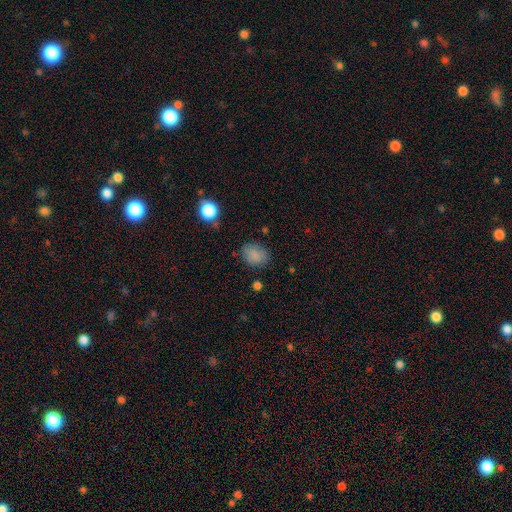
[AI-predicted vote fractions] The model was most divided on "how rounded": in between: 59%, round: 40%, cigar-shaped: 1%. More confident: smooth or featured — smooth (82%); merging — none (75%).